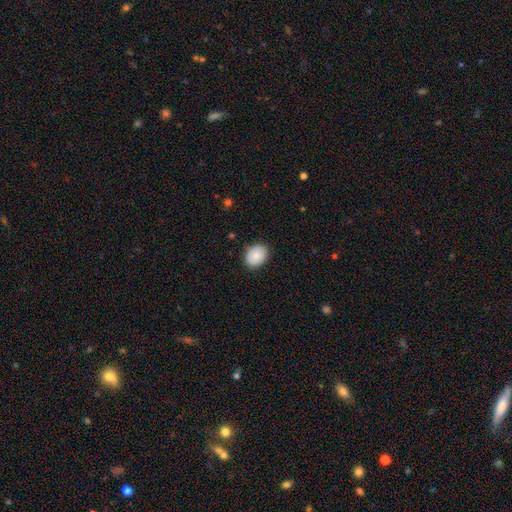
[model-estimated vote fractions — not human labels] A smooth galaxy with no disk features (85%) that is in between round and cigar-shaped (61%).

Vote fractions:
- Smooth or featured? smooth: 85% / featured or disk: 8% / star or artifact: 7%
- How rounded? in between: 61% / round: 39% / cigar-shaped: 1%
- Merging? none: 85% / minor disturbance: 12% / major disturbance: 2% / merger: 1%